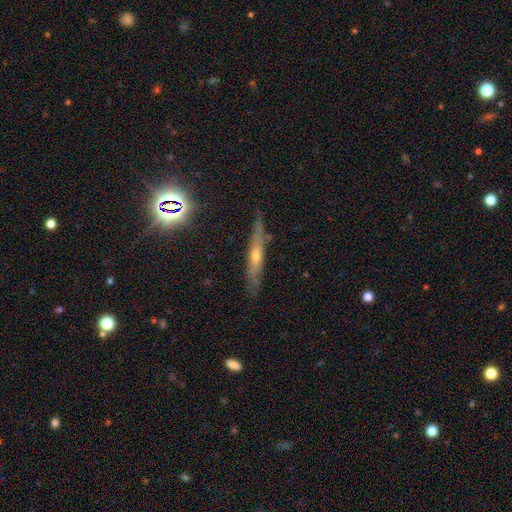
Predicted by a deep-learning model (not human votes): smooth_or_featured: featured or disk (p=0.62) [alt: smooth p=0.22]
disk_edge_on: yes (p=0.89) [alt: no p=0.11]
edge_on_bulge: rounded (p=0.75) [alt: none p=0.21]
merging: none (p=0.82) [alt: minor disturbance p=0.14]